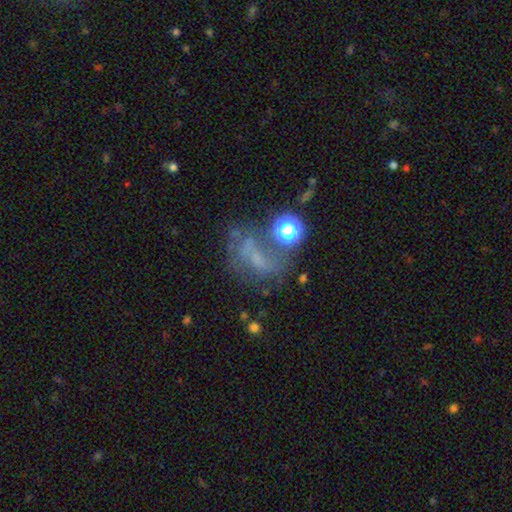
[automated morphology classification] This appears to be a featured or disk galaxy (40%). Merging: none (37%).